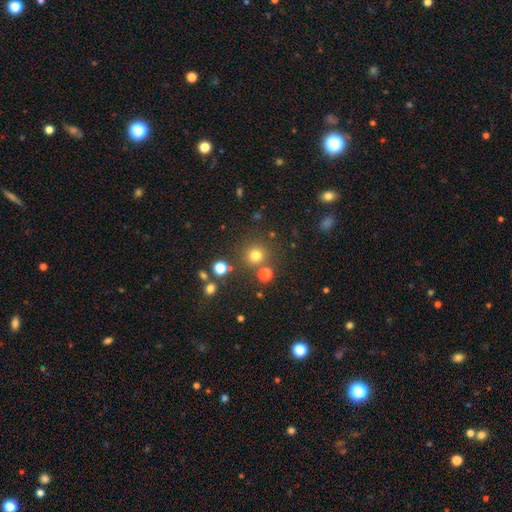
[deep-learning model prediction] Smooth or featured? smooth (75%)
How rounded? round (93%)
Merging? none (80%)